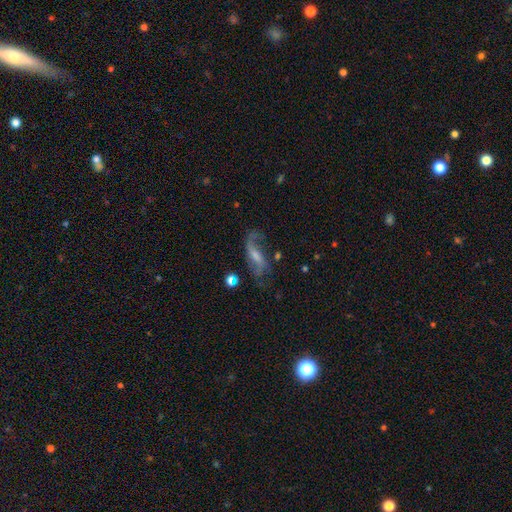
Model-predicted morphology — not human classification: Overall: featured or disk (74%). Edge-on disk: no (89%). Bar: weak (46%; no 33%). Spiral arms: yes (90%). Spiral arm count: 2 (80%). Spiral winding: loose (64%; medium 28%). Bulge size: moderate (39%; small 38%). Merging: none (58%; minor disturbance 20%).